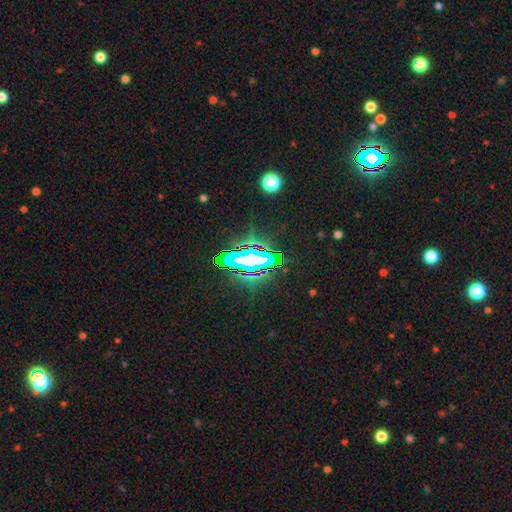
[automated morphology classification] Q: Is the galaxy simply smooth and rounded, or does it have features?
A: star or artifact — 65%.